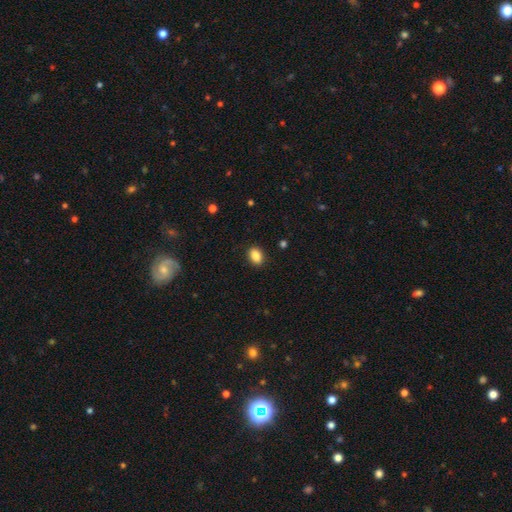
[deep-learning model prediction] This is clearly a smooth galaxy (88%). How rounded: likely in between (76%). Merging: clearly none (89%).